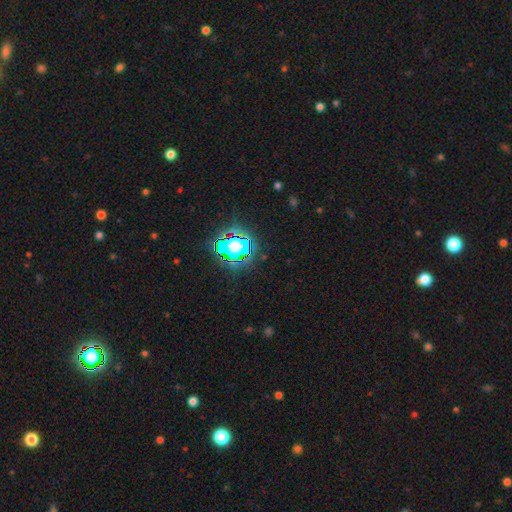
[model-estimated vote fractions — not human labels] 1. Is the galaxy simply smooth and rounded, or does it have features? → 83% star or artifact, 10% smooth, 7% featured or disk.